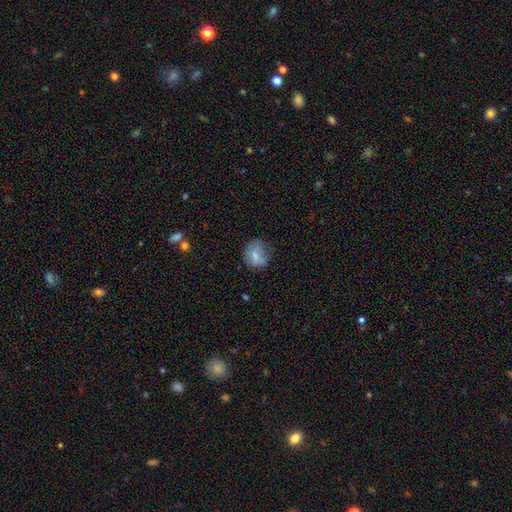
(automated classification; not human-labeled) Overall: smooth (68%). How rounded: round (67%; in between 32%). Merging: none (58%; minor disturbance 27%).